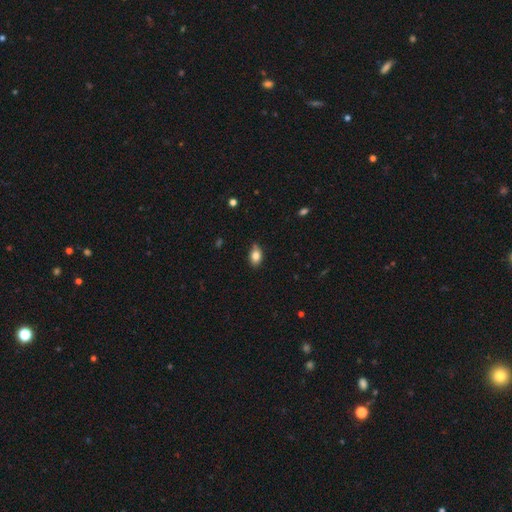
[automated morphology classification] The model was most divided on "merging": none: 76%, minor disturbance: 20%, major disturbance: 3%, merger: 1%. More confident: how rounded — in between (86%); smooth or featured — smooth (83%).